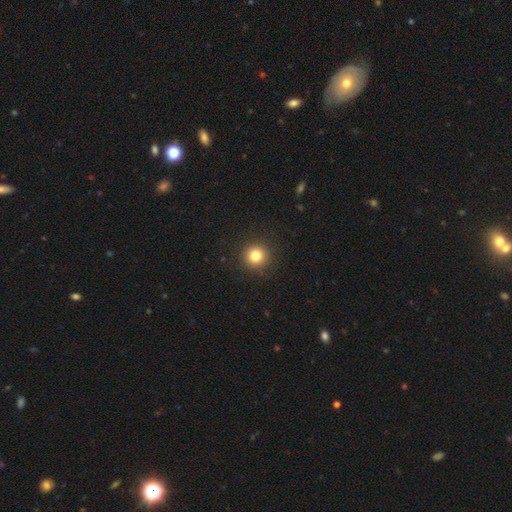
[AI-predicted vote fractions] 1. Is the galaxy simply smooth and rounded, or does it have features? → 81% smooth, 12% star or artifact, 6% featured or disk.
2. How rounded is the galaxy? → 95% round, 4% in between, 1% cigar-shaped.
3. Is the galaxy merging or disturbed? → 92% none, 5% minor disturbance, 2% major disturbance, 1% merger.